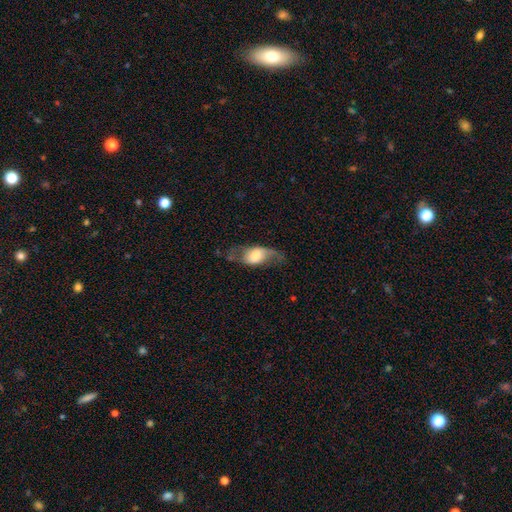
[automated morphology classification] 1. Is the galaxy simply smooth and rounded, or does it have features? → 47% smooth, 46% featured or disk, 7% star or artifact.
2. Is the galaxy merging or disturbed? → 50% none, 26% minor disturbance, 22% major disturbance, 2% merger.